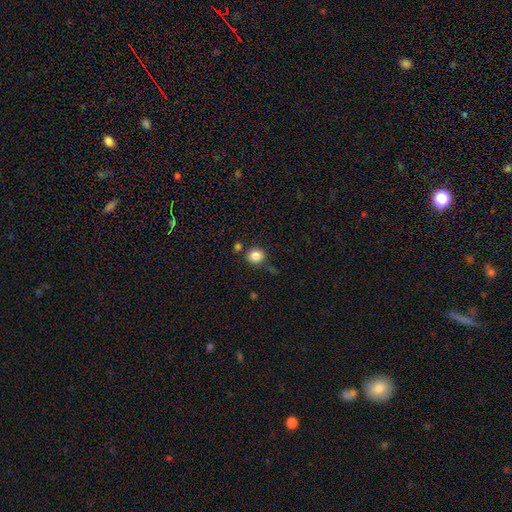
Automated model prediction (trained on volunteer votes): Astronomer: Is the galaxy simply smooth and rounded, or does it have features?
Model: smooth — 85%.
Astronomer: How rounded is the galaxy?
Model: round — 86%.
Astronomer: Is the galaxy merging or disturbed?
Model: none — 80%.